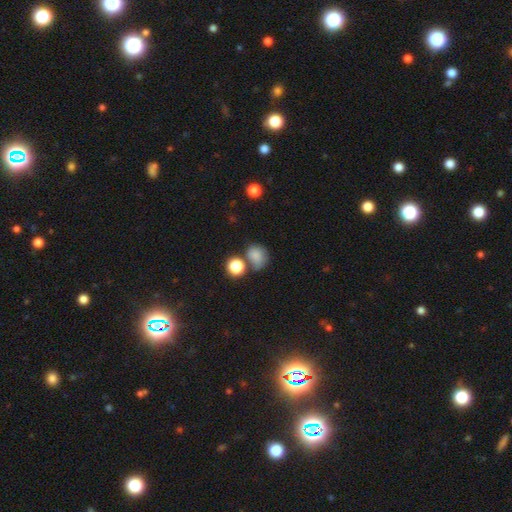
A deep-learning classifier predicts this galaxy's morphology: Smooth or featured?
  - smooth: 79% *
  - star or artifact: 13%
  - featured or disk: 8%
How rounded?
  - round: 59% *
  - in between: 40%
  - cigar-shaped: 1%
Merging?
  - none: 49% *
  - merger: 22%
  - minor disturbance: 20%
  - major disturbance: 9%